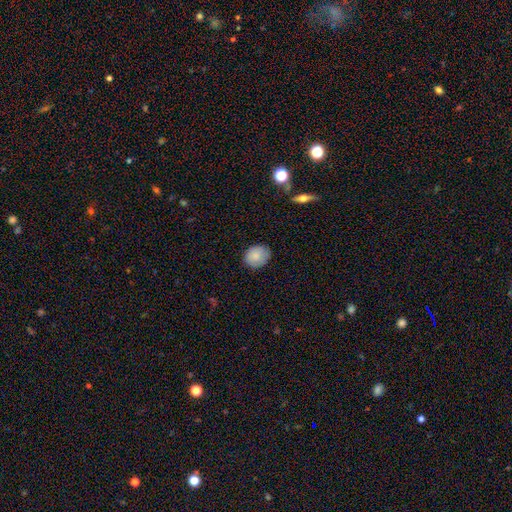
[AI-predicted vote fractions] Smooth or featured? smooth (84%)
How rounded? round (66%)
Merging? none (80%)